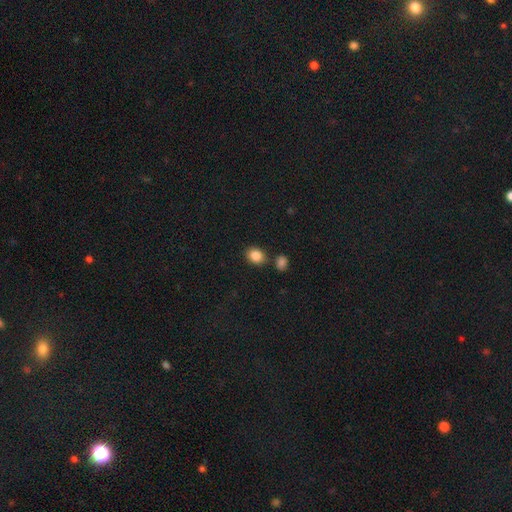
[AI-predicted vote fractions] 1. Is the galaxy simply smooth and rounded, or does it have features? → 85% smooth, 9% star or artifact, 5% featured or disk.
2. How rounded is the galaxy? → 53% in between, 46% round, 1% cigar-shaped.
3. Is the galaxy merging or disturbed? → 77% none, 10% merger, 10% minor disturbance, 3% major disturbance.